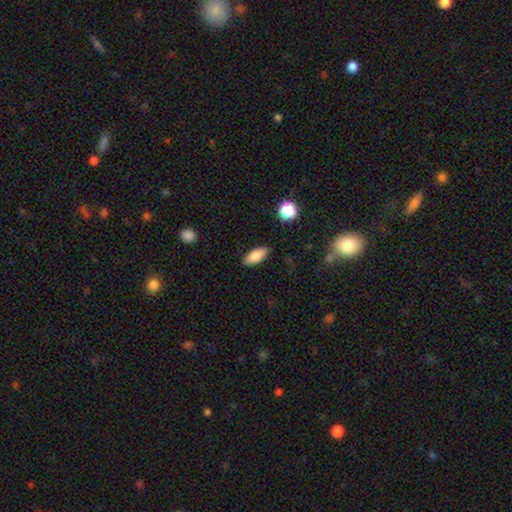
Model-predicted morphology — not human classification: smooth 84%, featured or disk 8%, star or artifact 8%. Down the decision tree: how rounded — in between (85%); merging — none (86%).